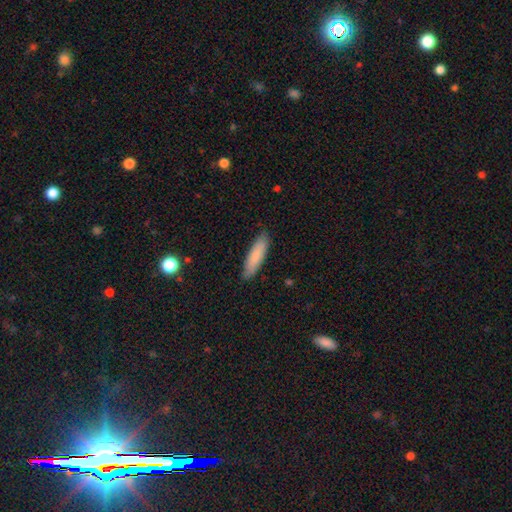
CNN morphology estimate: This is clearly a smooth galaxy (84%). How rounded: likely cigar-shaped (69%). Merging: clearly none (88%).